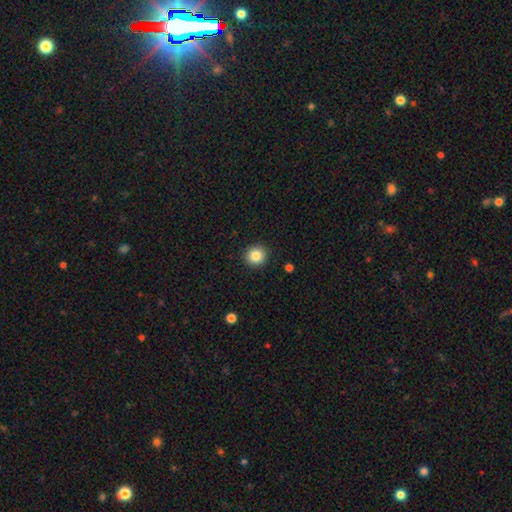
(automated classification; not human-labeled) Smooth or featured? Predicted: smooth (p=0.84). How rounded? Predicted: round (p=0.92). Merging? Predicted: none (p=0.92).